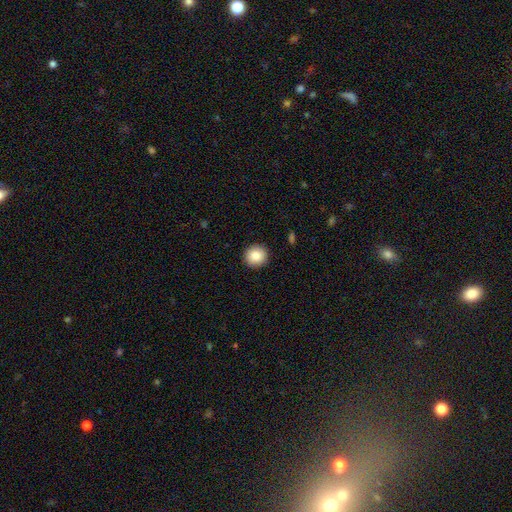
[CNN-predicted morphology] type=smooth (86%); roundness=round (93%); merging=none (92%).